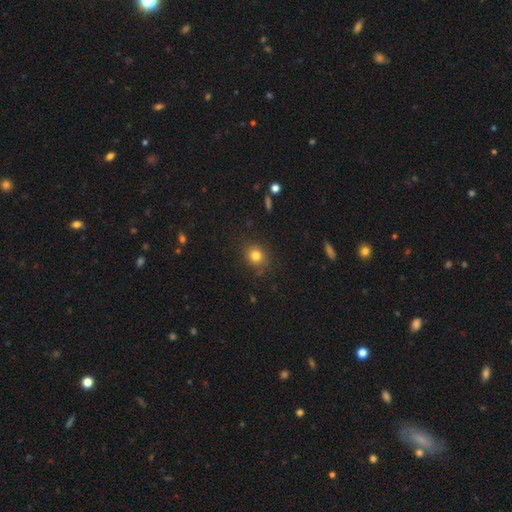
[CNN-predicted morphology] This appears to be a smooth galaxy with no disk features (80%) that is round (76%). Merging: none (83%).